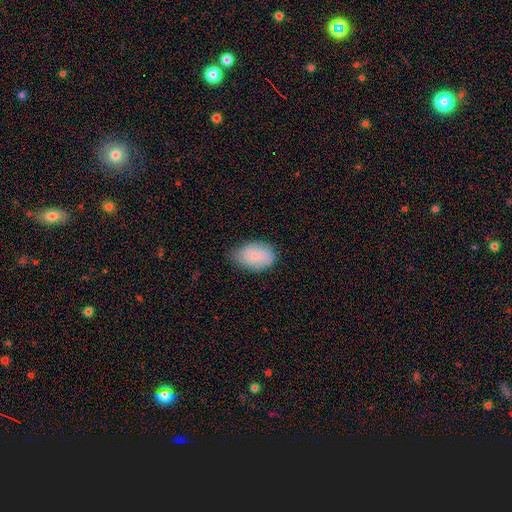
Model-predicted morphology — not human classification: A smooth galaxy with no disk features (84%) that is in between round and cigar-shaped (89%). Merging: none (65%).